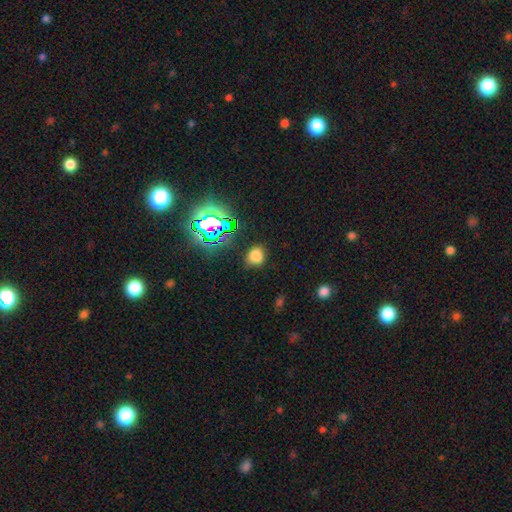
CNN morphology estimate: Smooth or featured? smooth (70%)
How rounded? round (57%)
Merging? none (81%)